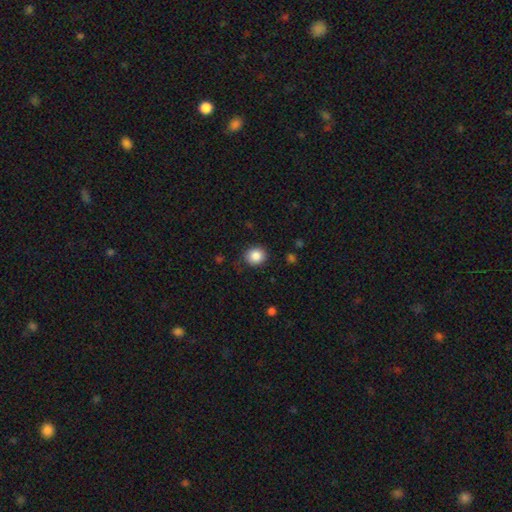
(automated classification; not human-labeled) This is clearly a smooth galaxy (87%). How rounded: likely round (79%). Merging: clearly none (85%).